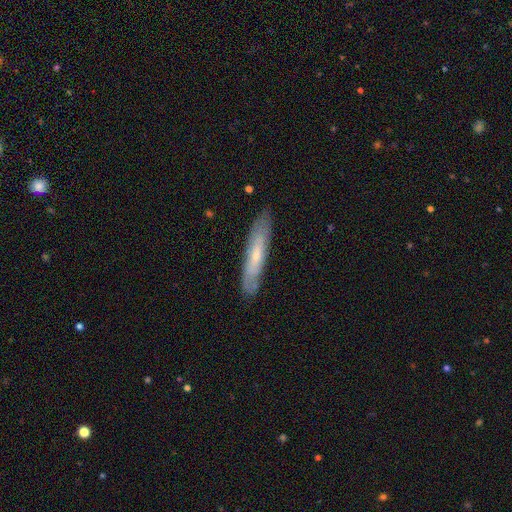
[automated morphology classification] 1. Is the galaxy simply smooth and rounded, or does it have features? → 48% featured or disk, 45% smooth, 7% star or artifact.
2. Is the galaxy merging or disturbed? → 82% none, 14% minor disturbance, 3% major disturbance, 1% merger.